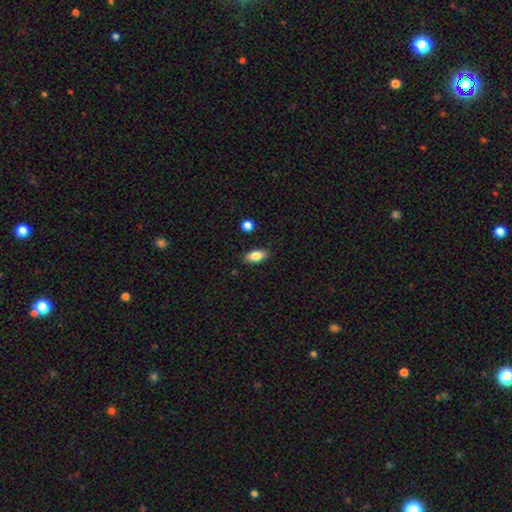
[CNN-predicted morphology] Q: Smooth or featured?
A: smooth (84%); runner-up: featured or disk (9%)
Q: How rounded?
A: in between (88%); runner-up: cigar-shaped (8%)
Q: Merging?
A: none (86%); runner-up: minor disturbance (10%)